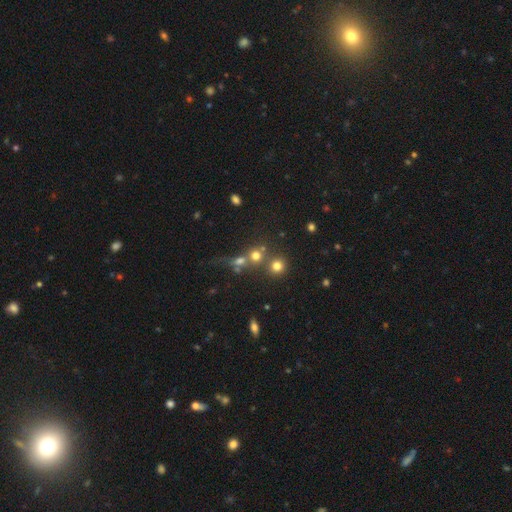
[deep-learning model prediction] Q: Smooth or featured?
A: smooth (65%); runner-up: star or artifact (21%)
Q: How rounded?
A: round (85%); runner-up: in between (14%)
Q: Merging?
A: none (47%); runner-up: merger (37%)